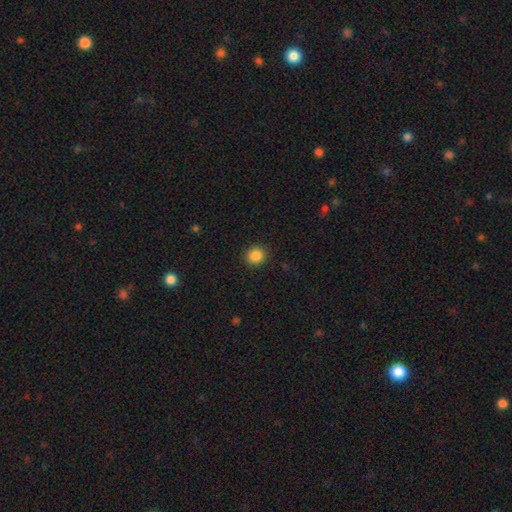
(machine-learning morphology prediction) A smooth galaxy with no disk features (86%) that is round (89%). Merging: none (91%).